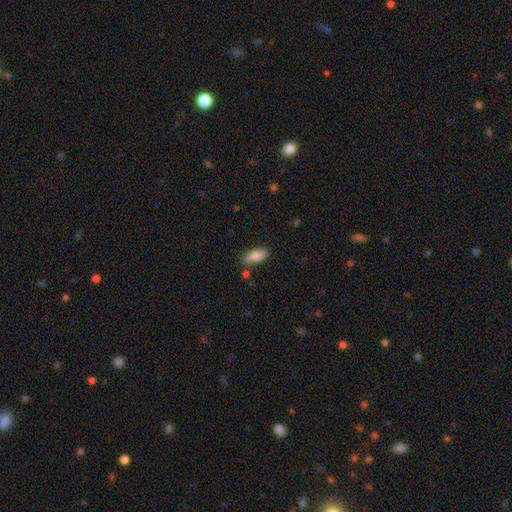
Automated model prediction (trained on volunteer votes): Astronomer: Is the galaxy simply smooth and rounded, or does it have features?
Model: smooth — 78%.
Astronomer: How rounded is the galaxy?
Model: in between — 85%.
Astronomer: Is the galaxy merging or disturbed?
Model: none — 75%.